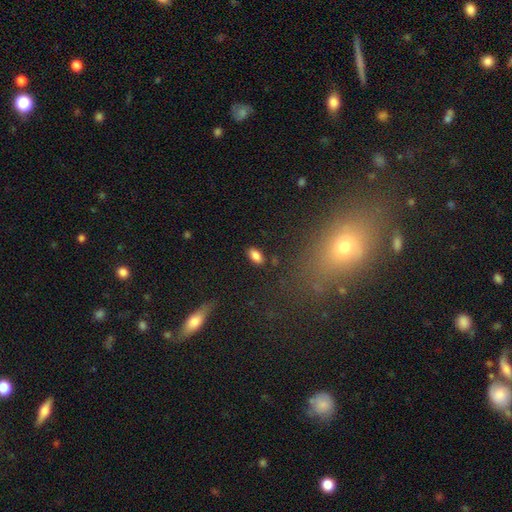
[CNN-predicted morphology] The model was most divided on "smooth or featured": smooth: 84%, star or artifact: 9%, featured or disk: 6%. More confident: how rounded — in between (93%); merging — none (87%).